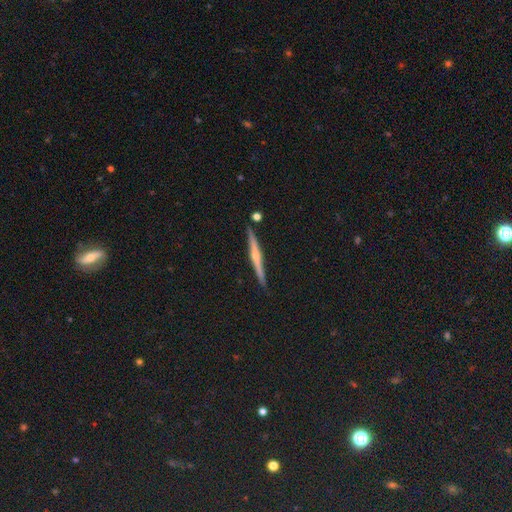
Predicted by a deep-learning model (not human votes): Smooth or featured?
  - featured or disk: 71% *
  - smooth: 22%
  - star or artifact: 7%
Edge-on disk?
  - yes: 98% *
  - no: 2%
Edge-on bulge?
  - rounded: 75% *
  - none: 19%
  - boxy: 6%
Merging?
  - none: 88% *
  - minor disturbance: 8%
  - merger: 2%
  - major disturbance: 2%